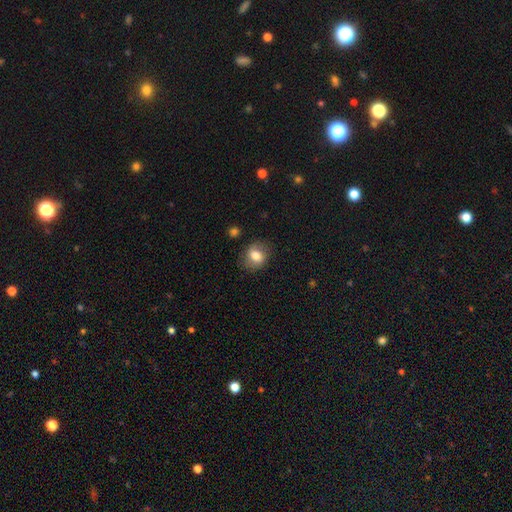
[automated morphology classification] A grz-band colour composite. It shows a smooth galaxy with no disk features (74%) that is in between round and cigar-shaped (53%). Merging: none (78%).